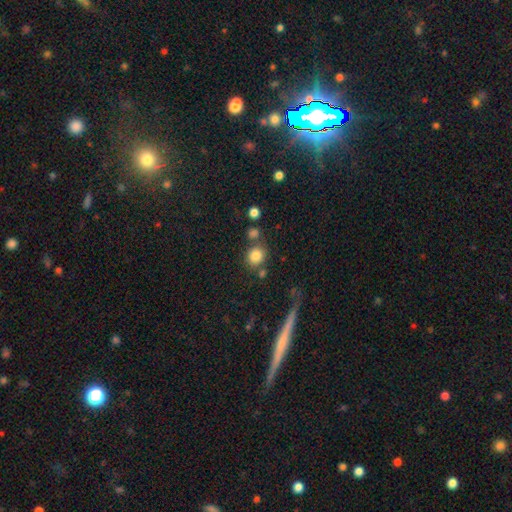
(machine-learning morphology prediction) Smooth or featured: smooth — 83% (star or artifact — 11%)
How rounded: round — 82% (in between — 17%)
Merging: none — 70% (merger — 15%)